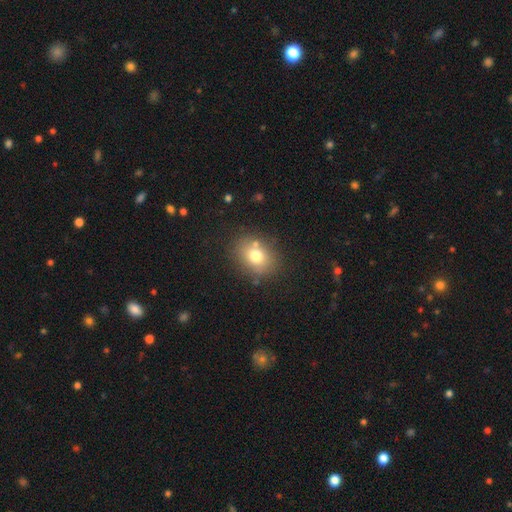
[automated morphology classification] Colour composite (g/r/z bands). It shows a smooth galaxy with no disk features (74%) that is in between round and cigar-shaped (50%). Merging: none (77%).